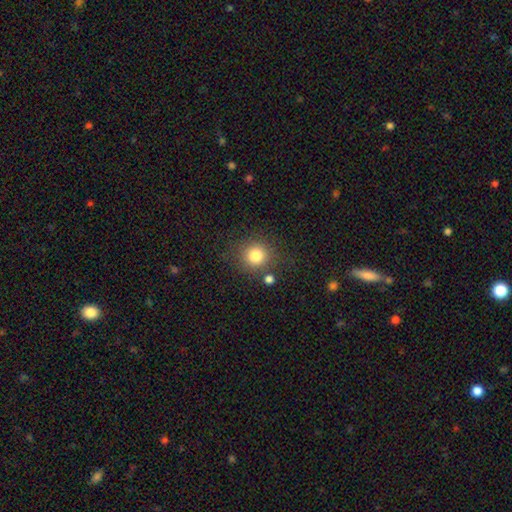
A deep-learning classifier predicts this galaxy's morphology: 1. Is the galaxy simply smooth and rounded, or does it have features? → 81% smooth, 12% star or artifact, 7% featured or disk.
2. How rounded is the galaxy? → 90% round, 9% in between, 1% cigar-shaped.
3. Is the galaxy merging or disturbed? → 79% none, 10% minor disturbance, 7% merger, 4% major disturbance.